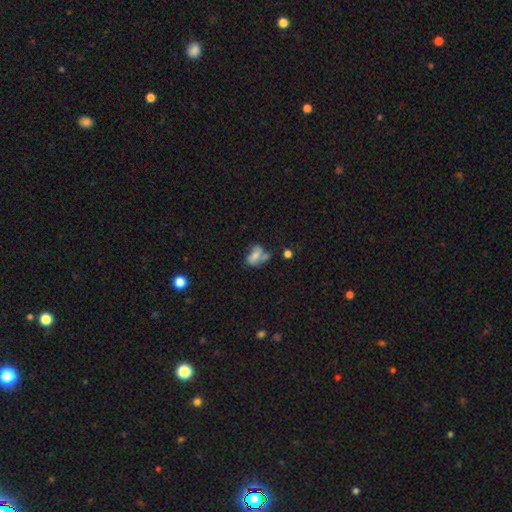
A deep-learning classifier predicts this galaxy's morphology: type=smooth (58%); roundness=in between (82%); merging=merger (31%).